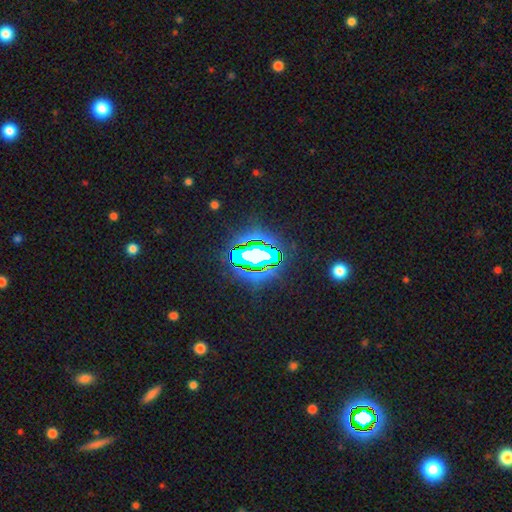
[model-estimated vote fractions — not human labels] Smooth or featured? star or artifact (70%)